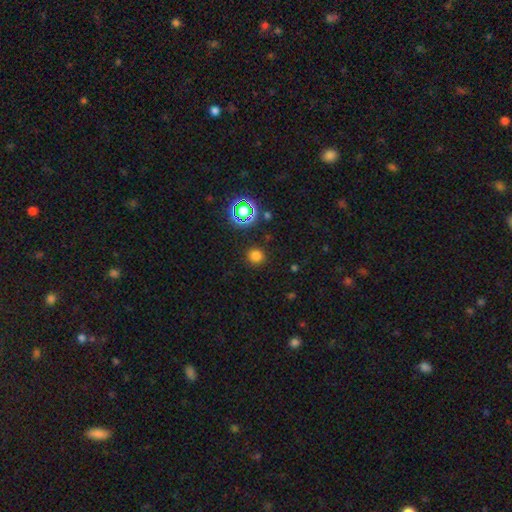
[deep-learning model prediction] Overall: smooth (74%). How rounded: round (90%). Merging: none (88%).